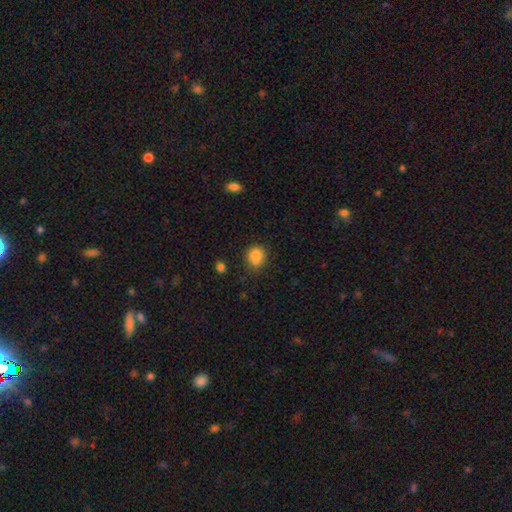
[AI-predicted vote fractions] smooth-or-featured: smooth: 82% | star or artifact: 10% | featured or disk: 7%
  how-rounded: round: 67% | in between: 32% | cigar-shaped: 1%
  merging: none: 61% | minor disturbance: 22% | merger: 12% | major disturbance: 6%